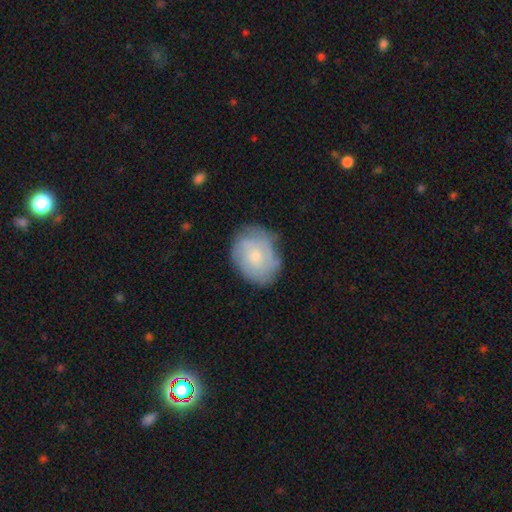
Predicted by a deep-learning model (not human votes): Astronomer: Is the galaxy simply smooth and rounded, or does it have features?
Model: featured or disk — 48% (runner-up: smooth, 44%).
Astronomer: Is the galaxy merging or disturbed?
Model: none — 71%.